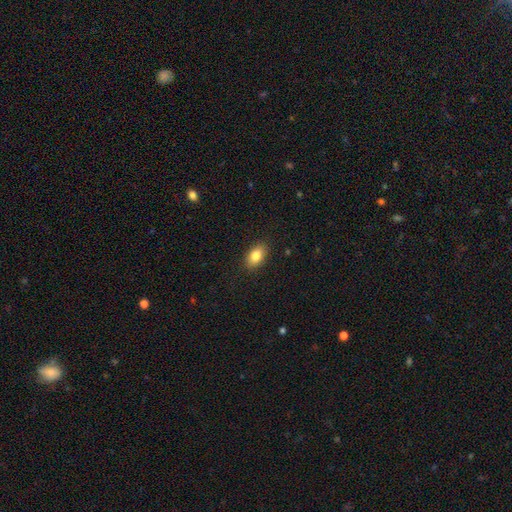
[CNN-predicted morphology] This is clearly a smooth galaxy (83%). How rounded: clearly in between (89%). Merging: clearly none (88%).